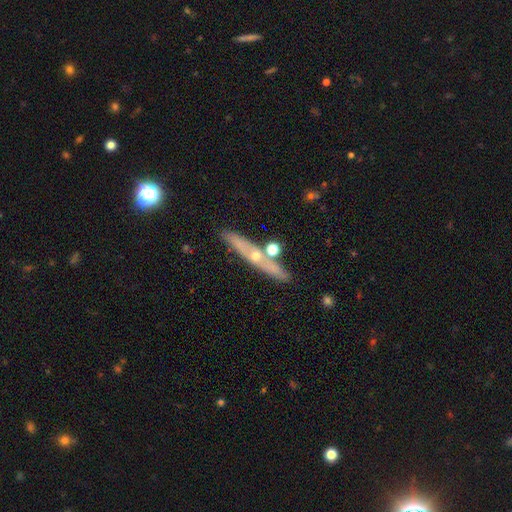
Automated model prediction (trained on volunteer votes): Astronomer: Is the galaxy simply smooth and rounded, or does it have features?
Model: featured or disk — 54% (runner-up: smooth, 38%).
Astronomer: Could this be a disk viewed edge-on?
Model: yes — 83%.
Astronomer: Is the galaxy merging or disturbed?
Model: none — 78%.